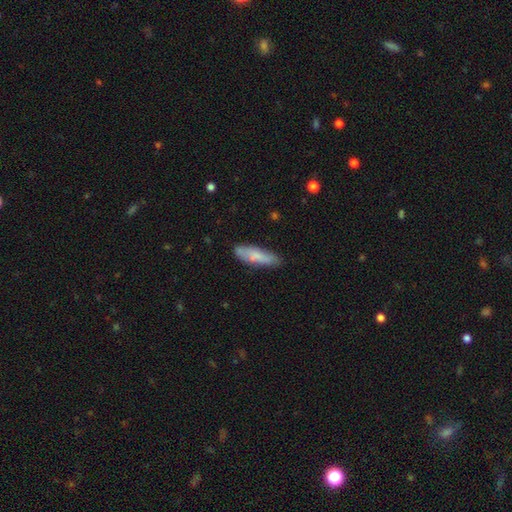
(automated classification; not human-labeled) Q: Smooth or featured?
A: smooth (75%); runner-up: featured or disk (19%)
Q: How rounded?
A: cigar-shaped (60%); runner-up: in between (38%)
Q: Merging?
A: none (74%); runner-up: minor disturbance (20%)